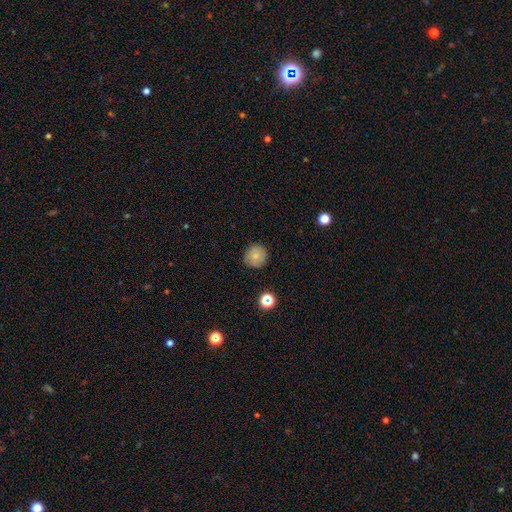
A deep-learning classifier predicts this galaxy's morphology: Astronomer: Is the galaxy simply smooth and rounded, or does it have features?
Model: smooth — 78%.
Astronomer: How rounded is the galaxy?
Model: round — 94%.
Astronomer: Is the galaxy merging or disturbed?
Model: none — 87%.